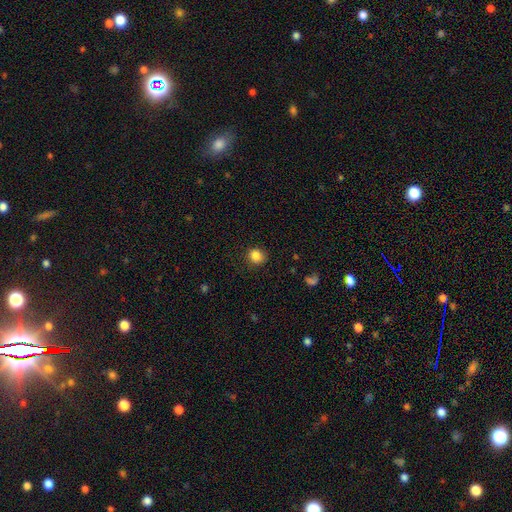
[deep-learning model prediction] The model was most divided on "how rounded": round: 81%, in between: 18%, cigar-shaped: 1%. More confident: merging — none (86%); smooth or featured — smooth (85%).